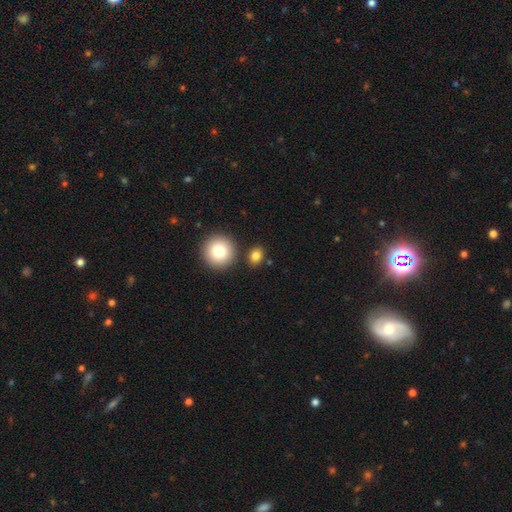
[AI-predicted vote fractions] Q: Smooth or featured?
A: smooth (83%); runner-up: star or artifact (10%)
Q: How rounded?
A: round (55%); runner-up: in between (44%)
Q: Merging?
A: none (80%); runner-up: minor disturbance (9%)